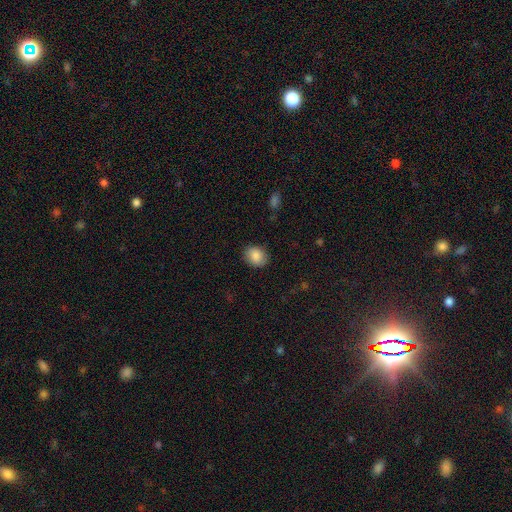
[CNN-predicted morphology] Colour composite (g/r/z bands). It shows a smooth galaxy with no disk features (87%) that is round (54%). Merging: none (87%).